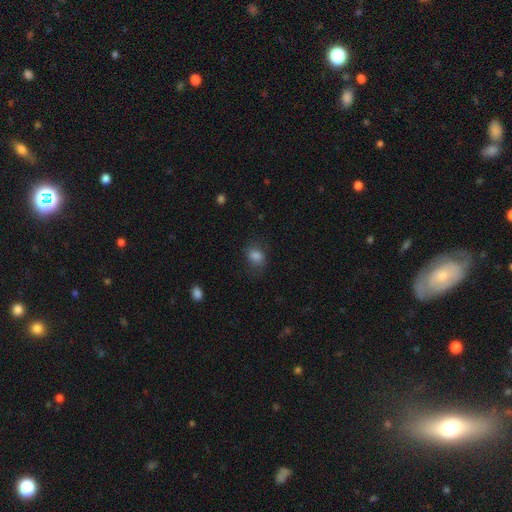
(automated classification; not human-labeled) A smooth galaxy with no disk features (83%) that is in between round and cigar-shaped (63%). Merging: none (73%).